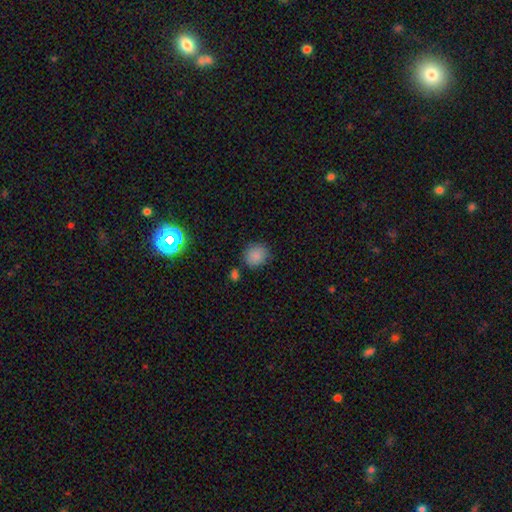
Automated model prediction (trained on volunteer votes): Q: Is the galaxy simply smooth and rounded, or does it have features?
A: smooth — 86%.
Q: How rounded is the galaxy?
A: round — 80%.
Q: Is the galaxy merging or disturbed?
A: none — 77%.